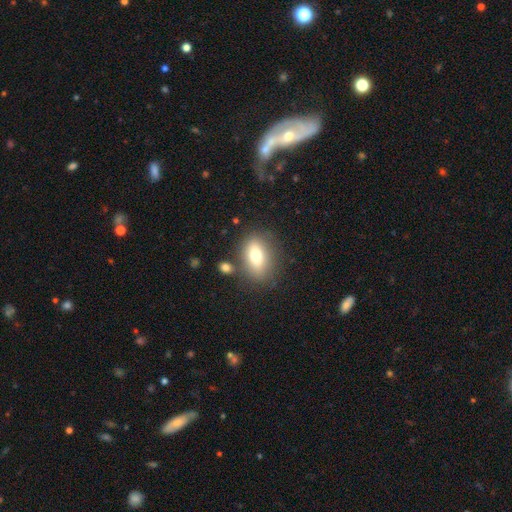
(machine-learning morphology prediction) This is likely a smooth galaxy (72%). How rounded: clearly in between (80%). Merging: likely none (76%).